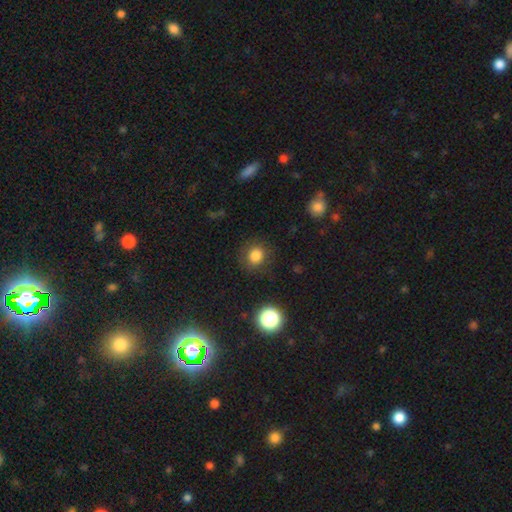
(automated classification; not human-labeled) The model was most divided on "smooth or featured": smooth: 82%, star or artifact: 13%, featured or disk: 5%. More confident: how rounded — round (87%); merging — none (84%).